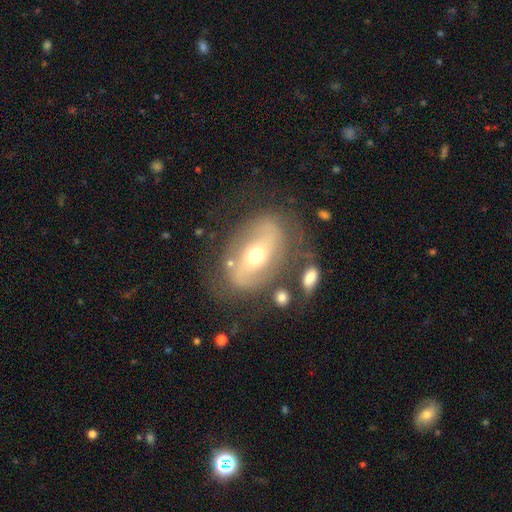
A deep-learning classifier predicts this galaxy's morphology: A featured or disk galaxy (72%) with a strong bar (35%), spiral arms (72%) and a moderate central bulge (64%).

Vote fractions:
- Smooth or featured? featured or disk: 72% / smooth: 22% / star or artifact: 7%
- Edge-on disk? no: 94% / yes: 6%
- Bar? strong: 35% / no: 33% / weak: 32%
- Spiral arms? yes: 72% / no: 28%
- Bulge size? moderate: 64% / small: 29% / large: 6% / dominant: 1% / none: 1%
- Merging? none: 69% / minor disturbance: 16% / major disturbance: 10% / merger: 5%